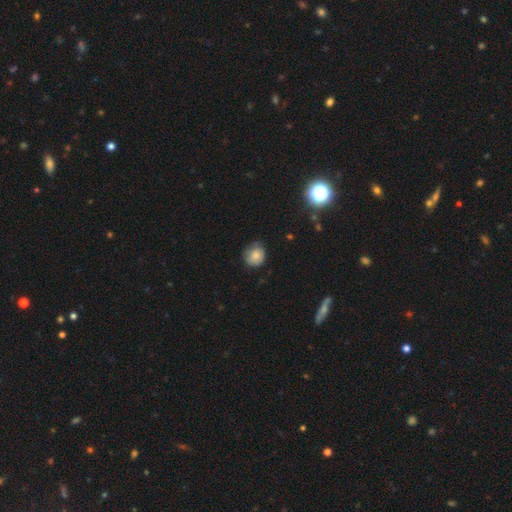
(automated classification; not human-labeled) Smooth or featured: smooth — 75% (featured or disk — 15%)
How rounded: round — 75% (in between — 24%)
Merging: none — 63% (minor disturbance — 30%)